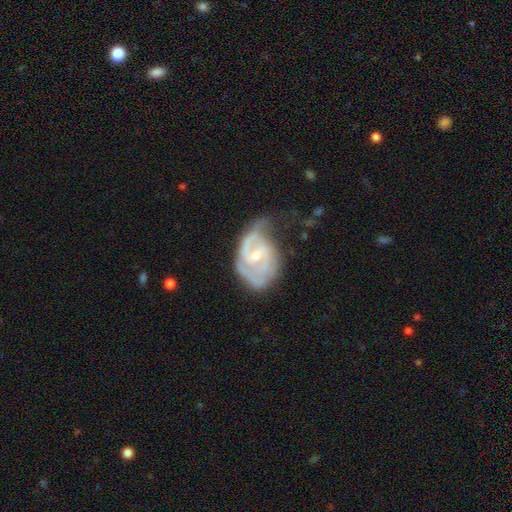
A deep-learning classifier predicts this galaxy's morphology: The model was most divided on "merging": none: 37%, minor disturbance: 33%, major disturbance: 28%, merger: 3%. Remaining: edge-on disk — no (98%); spiral arms — yes (93%); smooth or featured — featured or disk (84%); bulge size — small (63%); spiral arm count — 2 (59%); bar — weak (54%); spiral winding — medium (45%).